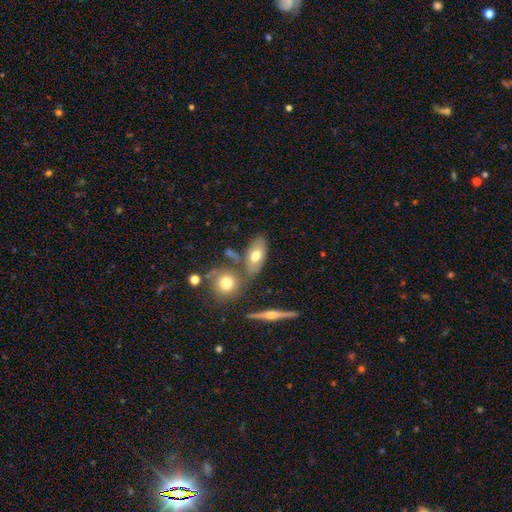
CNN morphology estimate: type=smooth (63%); roundness=in between (87%); merging=none (65%).